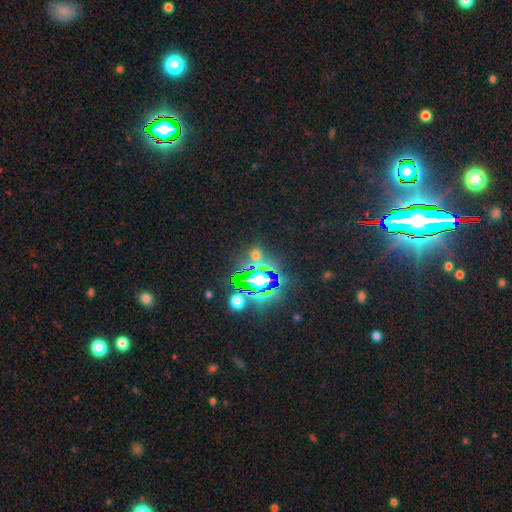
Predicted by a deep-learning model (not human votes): The model was most divided on "smooth or featured": star or artifact: 65%, smooth: 26%, featured or disk: 9%.